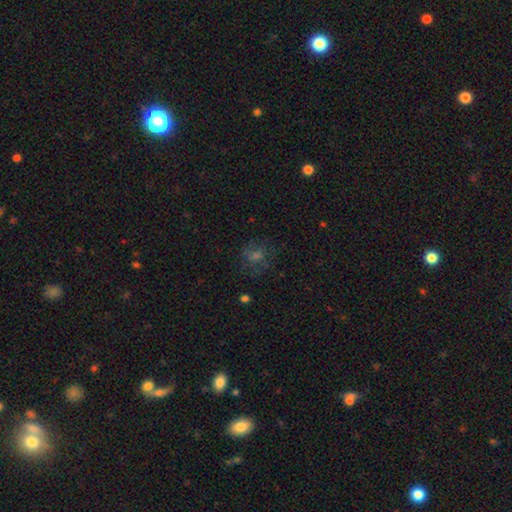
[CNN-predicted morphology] smooth-or-featured: smooth: 45% | star or artifact: 32% | featured or disk: 23%
  merging: none: 73% | minor disturbance: 15% | major disturbance: 10% | merger: 2%